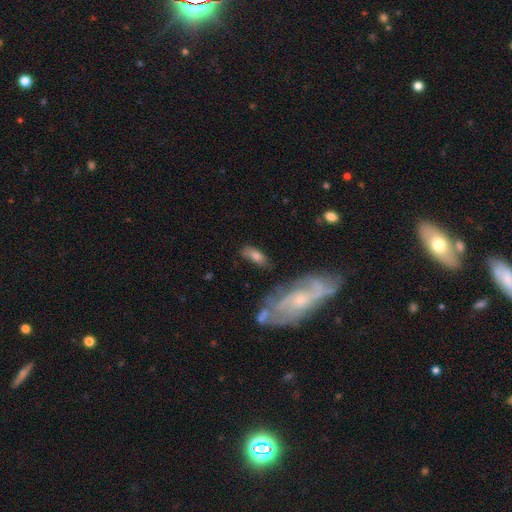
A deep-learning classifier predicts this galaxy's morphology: Q: Smooth or featured?
A: smooth (63%); runner-up: featured or disk (28%)
Q: How rounded?
A: in between (80%); runner-up: cigar-shaped (15%)
Q: Merging?
A: none (61%); runner-up: minor disturbance (21%)